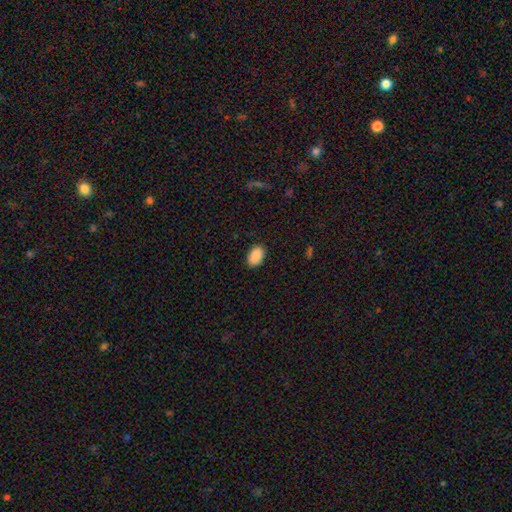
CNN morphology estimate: This is clearly a smooth galaxy (91%). How rounded: clearly in between (93%). Merging: clearly none (88%).